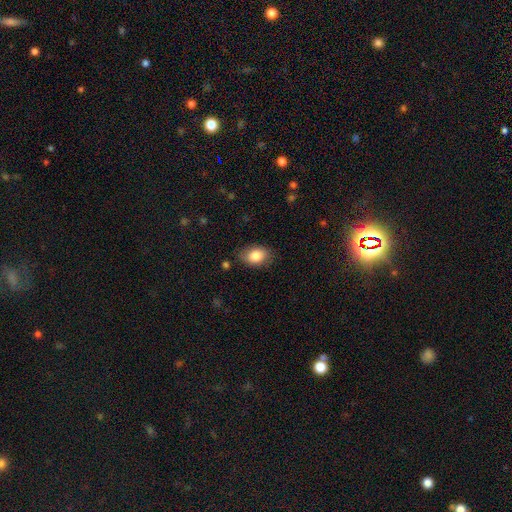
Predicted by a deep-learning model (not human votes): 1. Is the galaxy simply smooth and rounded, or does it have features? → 84% smooth, 9% featured or disk, 7% star or artifact.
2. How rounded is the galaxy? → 82% in between, 17% round, 1% cigar-shaped.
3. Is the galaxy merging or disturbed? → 81% none, 15% minor disturbance, 3% major disturbance, 1% merger.